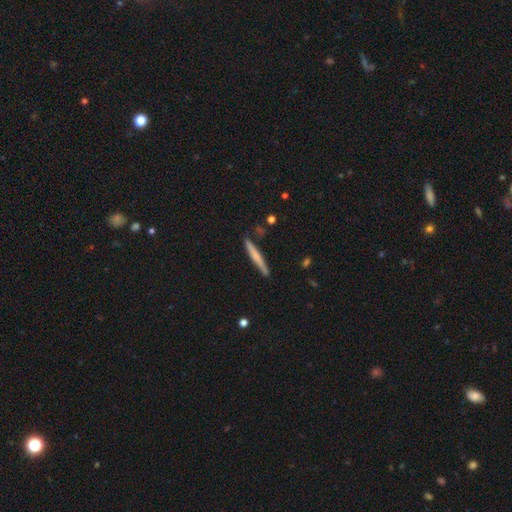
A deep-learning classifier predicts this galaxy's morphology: Overall: smooth (57%; featured or disk 37%). How rounded: cigar-shaped (96%). Merging: none (87%).